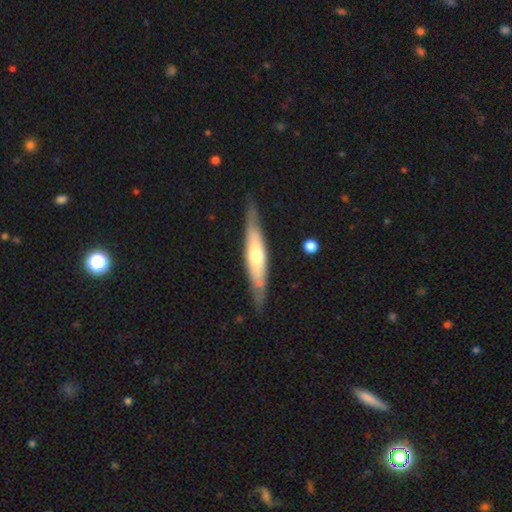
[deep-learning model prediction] A featured or disk galaxy (53%) viewed edge-on (80%). Merging: none (77%).